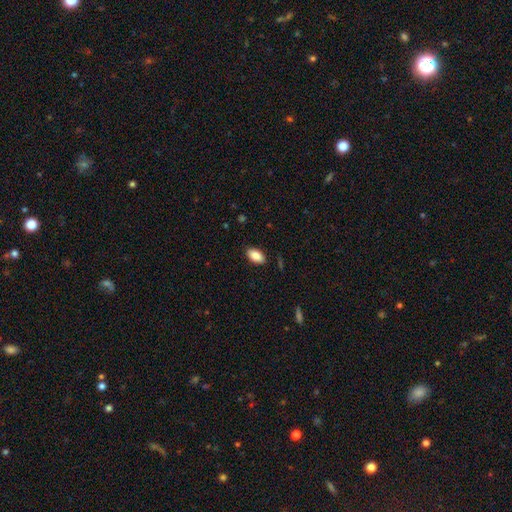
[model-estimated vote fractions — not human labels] Smooth or featured?
  - smooth: 87% *
  - star or artifact: 7%
  - featured or disk: 6%
How rounded?
  - in between: 94% *
  - round: 4%
  - cigar-shaped: 2%
Merging?
  - none: 87% *
  - minor disturbance: 10%
  - major disturbance: 2%
  - merger: 1%